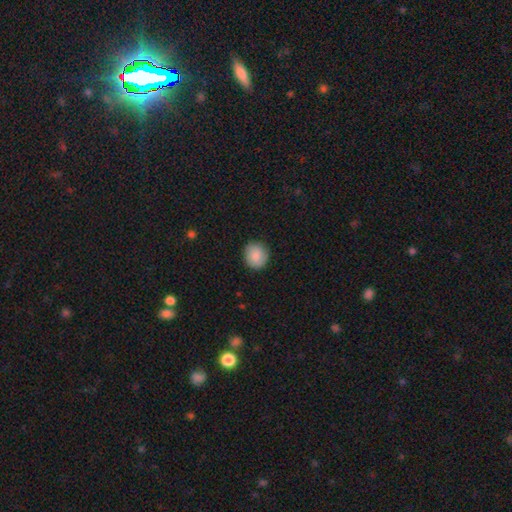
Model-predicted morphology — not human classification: smooth-or-featured: smooth: 86% | star or artifact: 7% | featured or disk: 7%
  how-rounded: round: 86% | in between: 14% | cigar-shaped: 1%
  merging: none: 89% | minor disturbance: 8% | major disturbance: 2% | merger: 1%